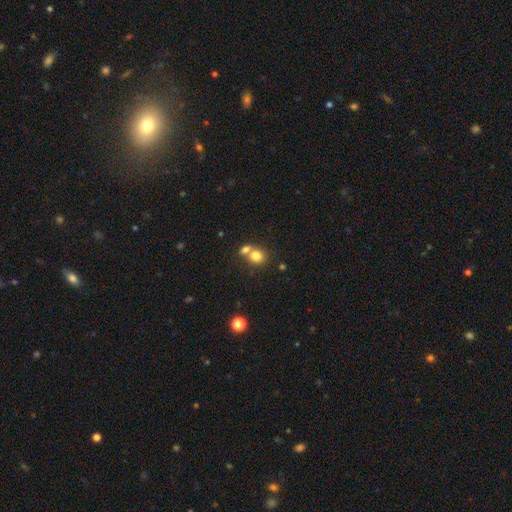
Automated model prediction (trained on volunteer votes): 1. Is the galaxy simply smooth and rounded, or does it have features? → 78% smooth, 12% star or artifact, 10% featured or disk.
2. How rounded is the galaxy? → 76% round, 23% in between, 1% cigar-shaped.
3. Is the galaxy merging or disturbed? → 45% merger, 44% none, 7% minor disturbance, 3% major disturbance.